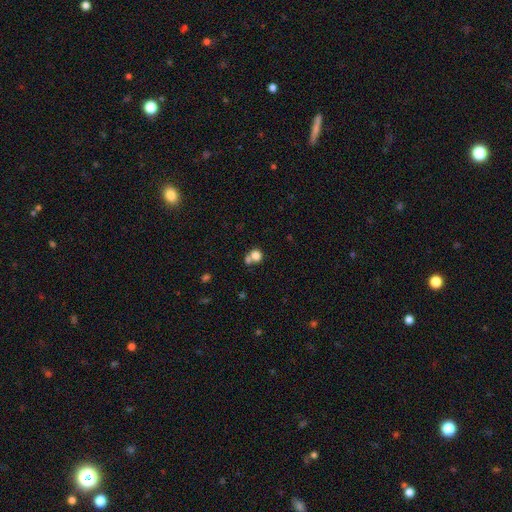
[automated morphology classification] smooth 80%, star or artifact 11%, featured or disk 9%. Down the decision tree: how rounded — round (78%); merging — merger (47%).